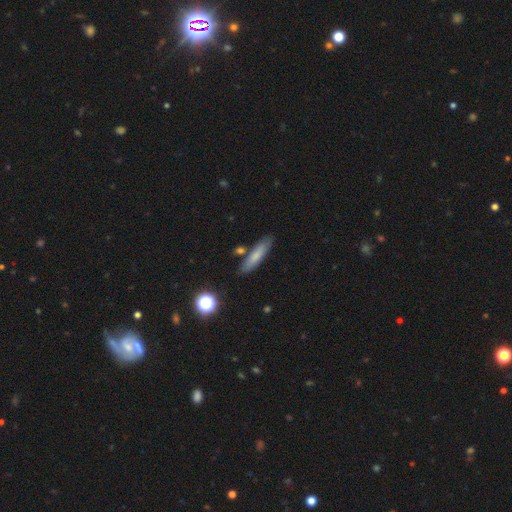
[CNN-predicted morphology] smooth-or-featured: smooth: 74% | featured or disk: 18% | star or artifact: 8%
  how-rounded: cigar-shaped: 80% | in between: 18% | round: 2%
  merging: none: 81% | minor disturbance: 11% | merger: 6% | major disturbance: 3%